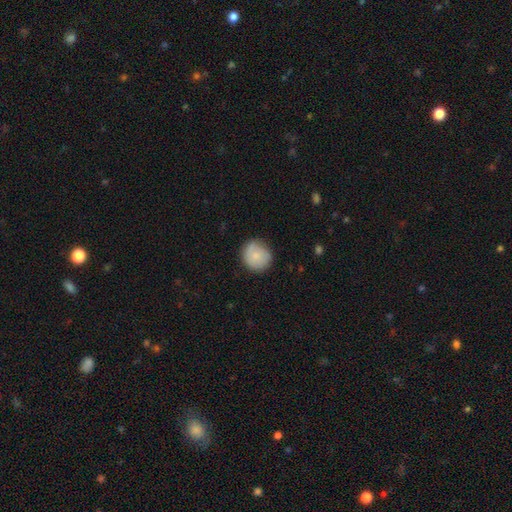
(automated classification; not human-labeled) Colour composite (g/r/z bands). It shows a smooth galaxy with no disk features (78%) that is round (89%). Merging: none (75%).